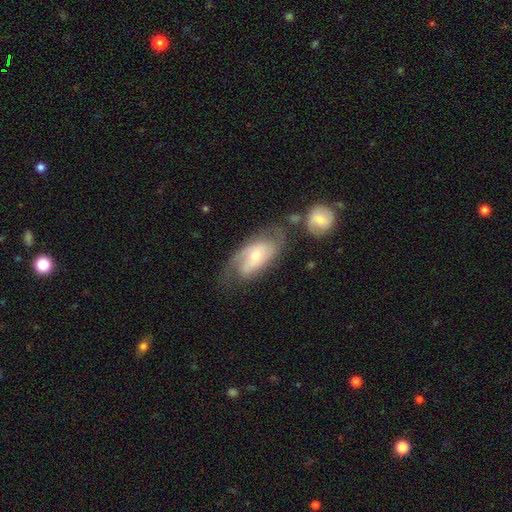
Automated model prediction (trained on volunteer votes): The model was most divided on "spiral winding": medium: 43%, tight: 36%, loose: 21%. More confident: edge-on disk — no (93%); spiral arms — yes (89%); smooth or featured — featured or disk (71%); bar — no (63%); spiral arm count — 2 (59%); bulge size — moderate (52%); merging — none (52%).